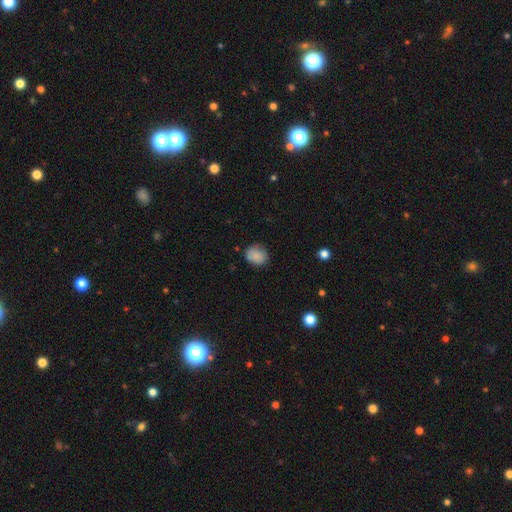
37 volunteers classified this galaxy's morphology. This appears to be a smooth galaxy with no disk features (89%) that is round (64%). Merging: none (81%).